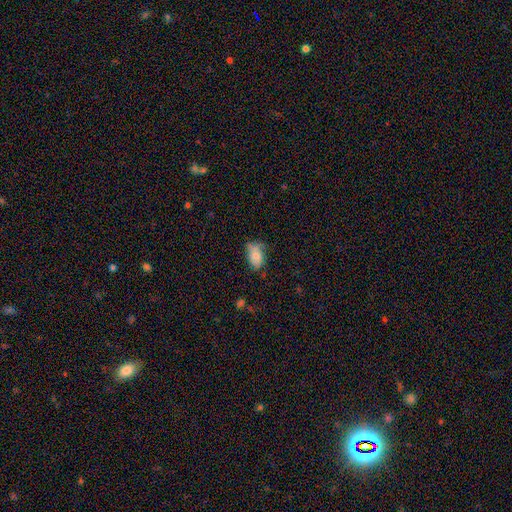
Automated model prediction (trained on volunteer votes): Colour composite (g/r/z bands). It shows a smooth galaxy with no disk features (70%) that is in between round and cigar-shaped (90%). Merging: none (46%).